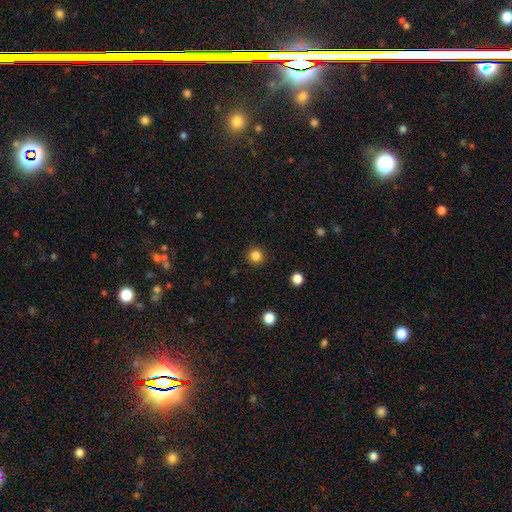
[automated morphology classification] smooth 84%, star or artifact 12%, featured or disk 3%. Down the decision tree: how rounded — round (95%); merging — none (92%).